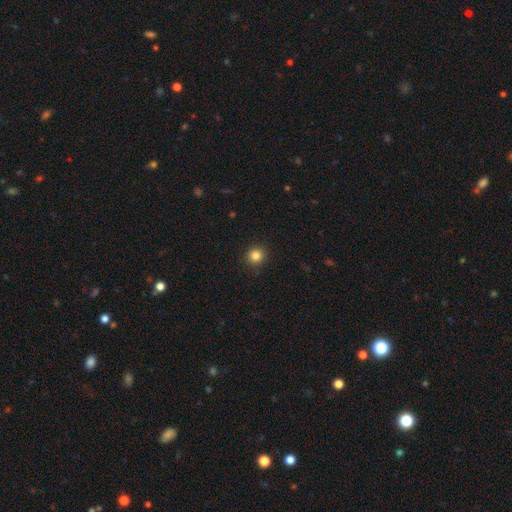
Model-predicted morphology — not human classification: Q: Smooth or featured?
A: smooth (84%); runner-up: star or artifact (12%)
Q: How rounded?
A: round (92%); runner-up: in between (7%)
Q: Merging?
A: none (92%); runner-up: minor disturbance (6%)